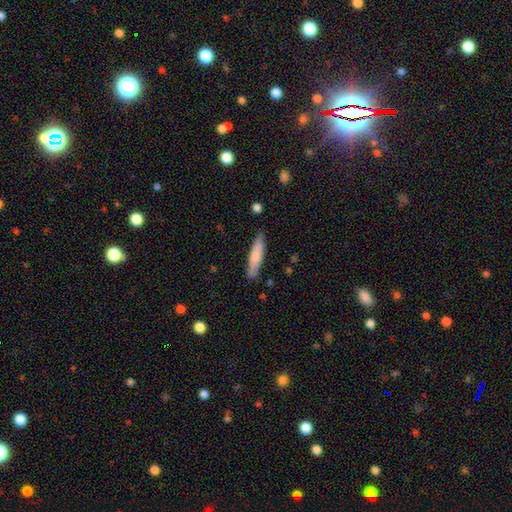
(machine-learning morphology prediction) This is likely a smooth galaxy (75%). How rounded: clearly cigar-shaped (82%). Merging: clearly none (83%).